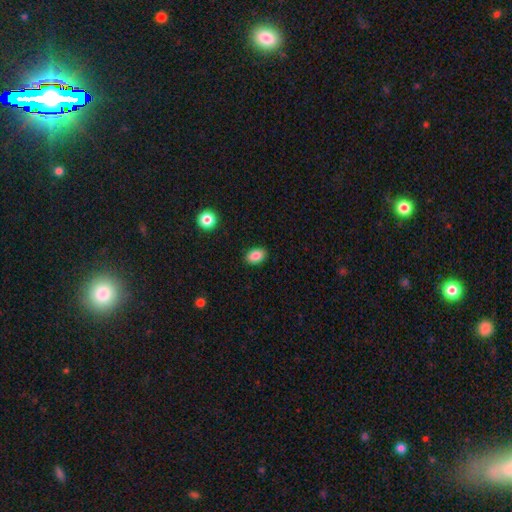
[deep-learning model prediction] A smooth galaxy with no disk features (87%) that is in between round and cigar-shaped (84%).

Vote fractions:
- Smooth or featured? smooth: 87% / star or artifact: 9% / featured or disk: 4%
- How rounded? in between: 84% / round: 14% / cigar-shaped: 1%
- Merging? none: 89% / minor disturbance: 8% / major disturbance: 2% / merger: 1%